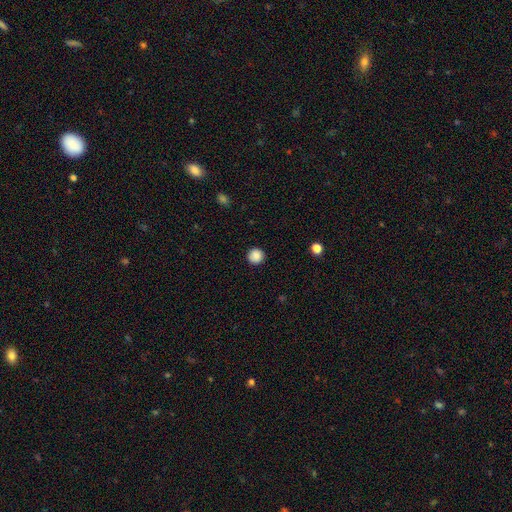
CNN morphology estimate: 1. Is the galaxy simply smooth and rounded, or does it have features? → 88% smooth, 10% star or artifact, 3% featured or disk.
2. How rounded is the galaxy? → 95% round, 4% in between, 1% cigar-shaped.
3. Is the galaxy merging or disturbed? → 91% none, 6% minor disturbance, 2% major disturbance, 1% merger.